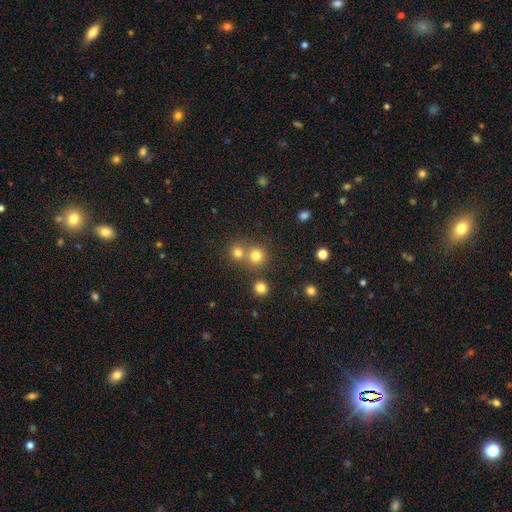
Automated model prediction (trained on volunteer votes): Morphology: type=smooth (77%); roundness=round (91%); merging=none (60%).